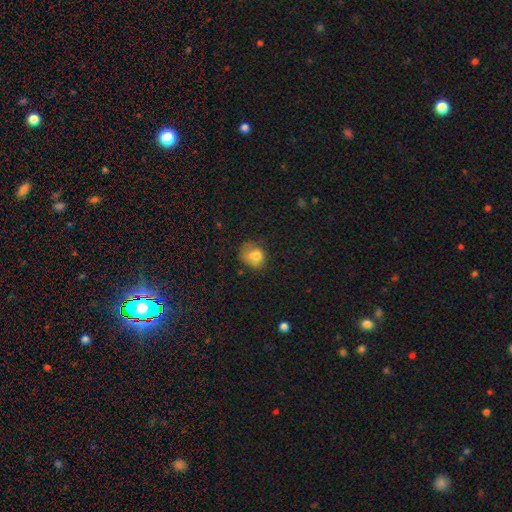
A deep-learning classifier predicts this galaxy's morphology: This is likely a smooth galaxy (75%). How rounded: possibly round (55%). Merging: possibly none (47%).